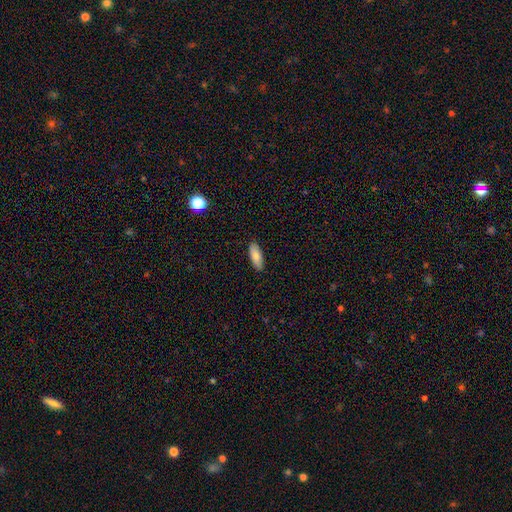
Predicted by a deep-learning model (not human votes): A smooth galaxy with no disk features (82%) that is in between round and cigar-shaped (78%).

Vote fractions:
- Smooth or featured? smooth: 82% / featured or disk: 11% / star or artifact: 7%
- How rounded? in between: 78% / cigar-shaped: 20% / round: 2%
- Merging? none: 89% / minor disturbance: 8% / major disturbance: 2% / merger: 1%